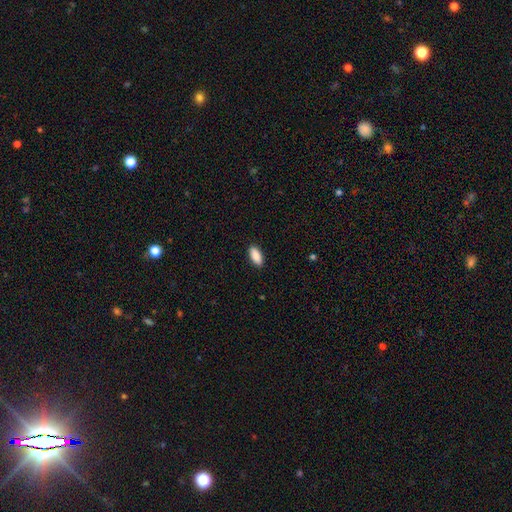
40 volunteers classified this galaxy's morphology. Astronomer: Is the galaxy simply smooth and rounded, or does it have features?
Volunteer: smooth — 88%.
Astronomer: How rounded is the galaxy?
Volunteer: in between — 74%.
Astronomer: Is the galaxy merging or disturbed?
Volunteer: none — 92%.